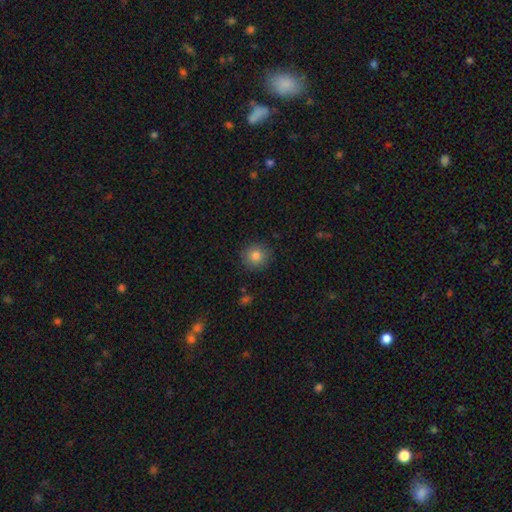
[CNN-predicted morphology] A smooth galaxy with no disk features (83%) that is round (92%). Merging: none (89%).